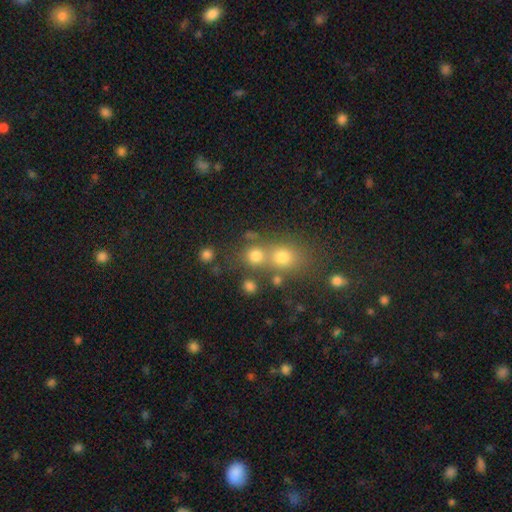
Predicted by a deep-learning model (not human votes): smooth-or-featured: smooth: 75% | star or artifact: 16% | featured or disk: 9%
  how-rounded: round: 84% | in between: 15% | cigar-shaped: 1%
  merging: none: 52% | merger: 36% | minor disturbance: 8% | major disturbance: 5%